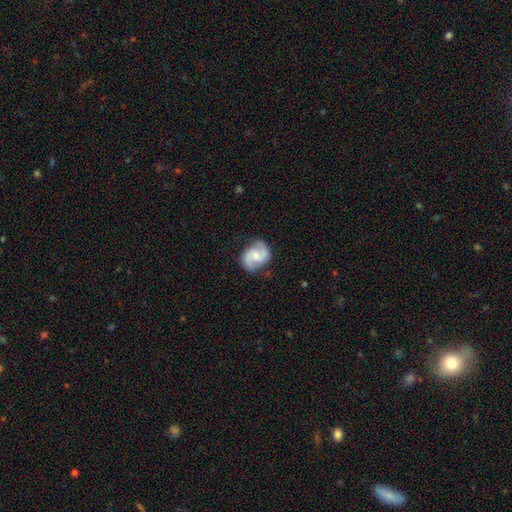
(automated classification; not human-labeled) smooth_or_featured: featured or disk (p=0.82) [alt: smooth p=0.13]
disk_edge_on: no (p=0.98) [alt: yes p=0.02]
bar: weak (p=0.49) [alt: no p=0.39]
has_spiral_arms: yes (p=0.96) [alt: no p=0.04]
spiral_winding: medium (p=0.52) [alt: loose p=0.31]
spiral_arm_count: 2 (p=0.93) [alt: can't tell p=0.03]
bulge_size: moderate (p=0.44) [tied with: small p=0.44]
merging: none (p=0.79) [alt: minor disturbance p=0.15]